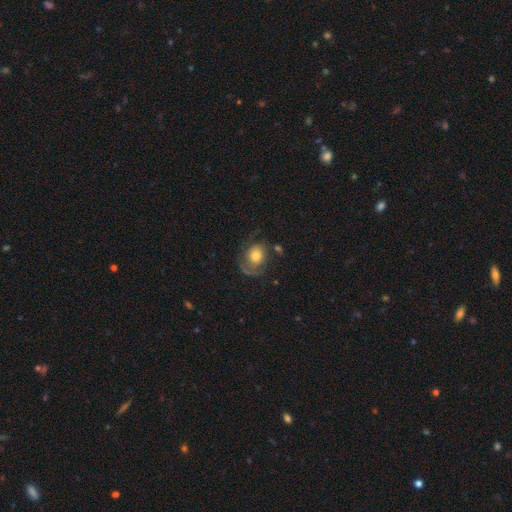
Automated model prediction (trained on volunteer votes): featured or disk 52%, smooth 40%, star or artifact 8%. Down the decision tree: edge-on disk — no (97%); bar — no (81%); spiral arms — yes (76%); bulge size — moderate (52%); merging — none (49%).